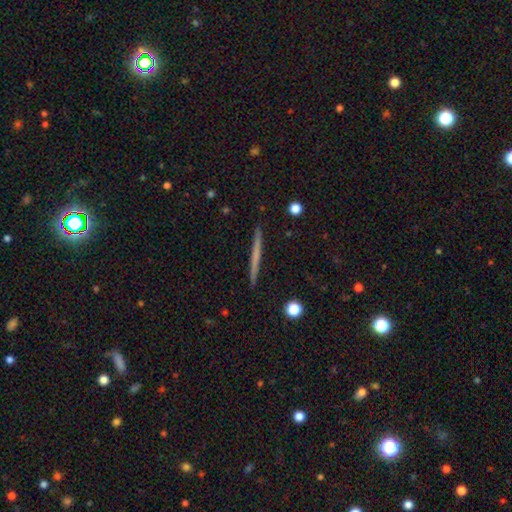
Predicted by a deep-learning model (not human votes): This is possibly a featured or disk galaxy (47%, tied with smooth). Merging: clearly none (93%).